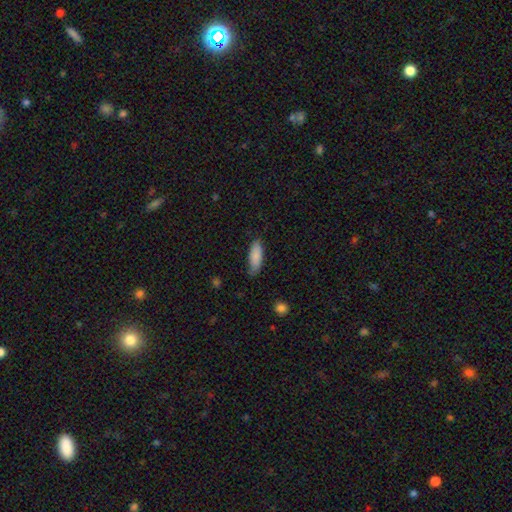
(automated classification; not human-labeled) Morphology: type=smooth (86%); roundness=in between (66%); merging=none (74%).